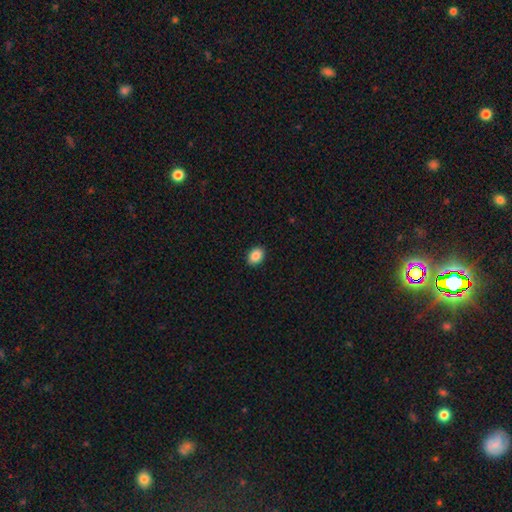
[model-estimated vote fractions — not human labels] Smooth or featured? smooth (88%)
How rounded? in between (72%)
Merging? none (91%)